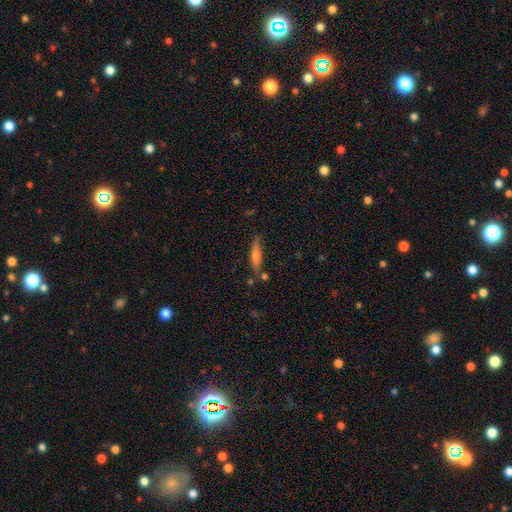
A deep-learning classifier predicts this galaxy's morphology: smooth-or-featured: smooth: 61% | featured or disk: 32% | star or artifact: 7%
  how-rounded: cigar-shaped: 83% | in between: 16% | round: 2%
  merging: none: 74% | minor disturbance: 16% | merger: 7% | major disturbance: 4%